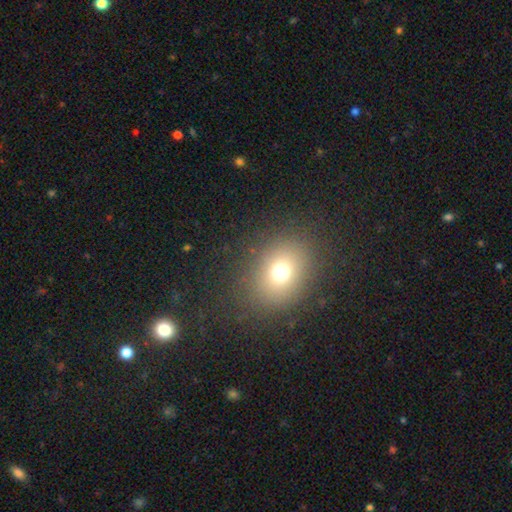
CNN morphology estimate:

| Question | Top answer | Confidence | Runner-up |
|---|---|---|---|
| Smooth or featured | smooth | 66% | star or artifact (24%) |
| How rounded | in between | 50% | round (48%) |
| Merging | none | 88% | minor disturbance (7%) |